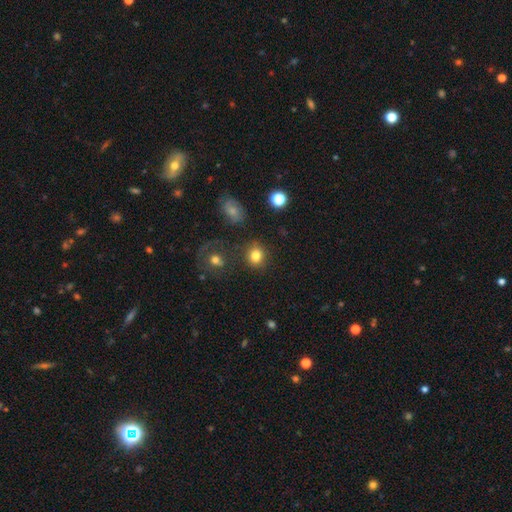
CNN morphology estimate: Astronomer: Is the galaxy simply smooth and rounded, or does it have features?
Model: smooth — 81%.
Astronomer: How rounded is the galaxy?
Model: round — 78%.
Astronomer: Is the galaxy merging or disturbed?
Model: none — 83%.